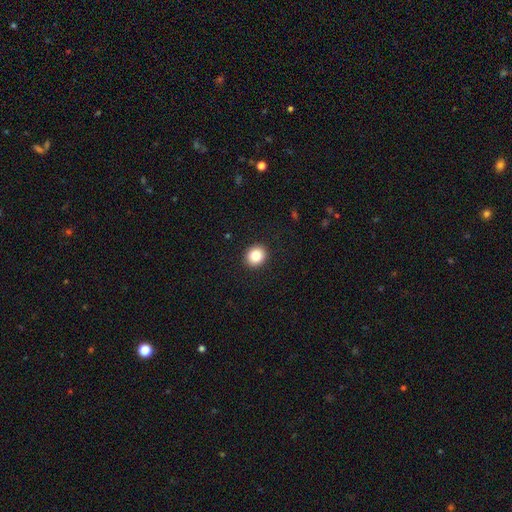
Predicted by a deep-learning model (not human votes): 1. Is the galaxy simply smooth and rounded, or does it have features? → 86% smooth, 9% star or artifact, 5% featured or disk.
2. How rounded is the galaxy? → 78% round, 21% in between, 1% cigar-shaped.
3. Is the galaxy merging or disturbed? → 92% none, 5% minor disturbance, 2% major disturbance, 1% merger.